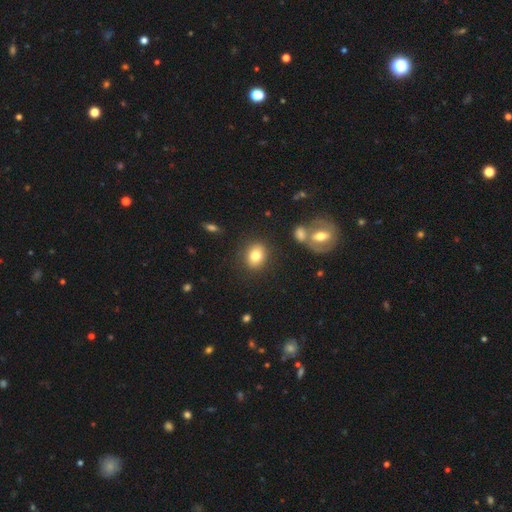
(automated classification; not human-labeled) Morphology: type=smooth (81%); roundness=in between (51%); merging=none (82%).